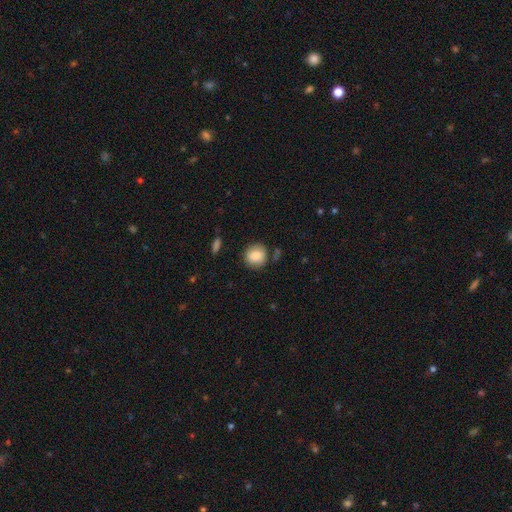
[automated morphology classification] Smooth or featured? smooth (85%)
How rounded? round (86%)
Merging? none (81%)